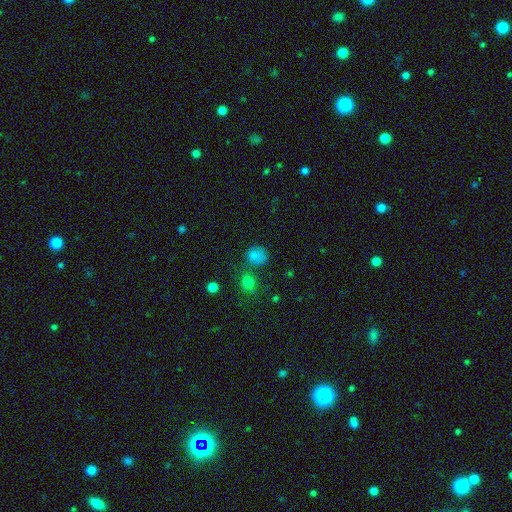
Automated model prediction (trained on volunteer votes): Smooth or featured? smooth (76%)
How rounded? round (75%)
Merging? none (64%)